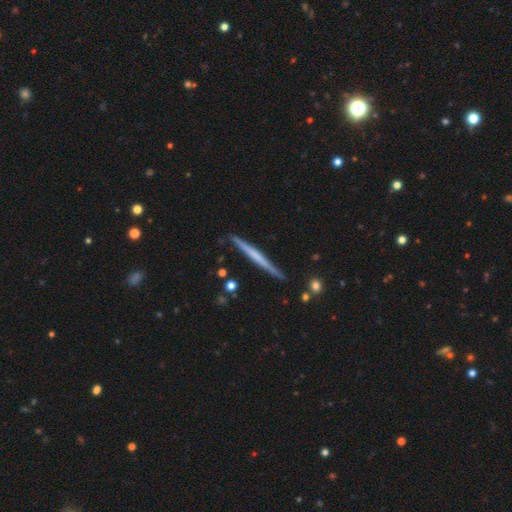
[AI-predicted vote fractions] This is possibly a featured or disk galaxy (56%). It is clearly viewed edge-on (98%). Edge-on bulge: likely none (79%). Merging: clearly none (88%).